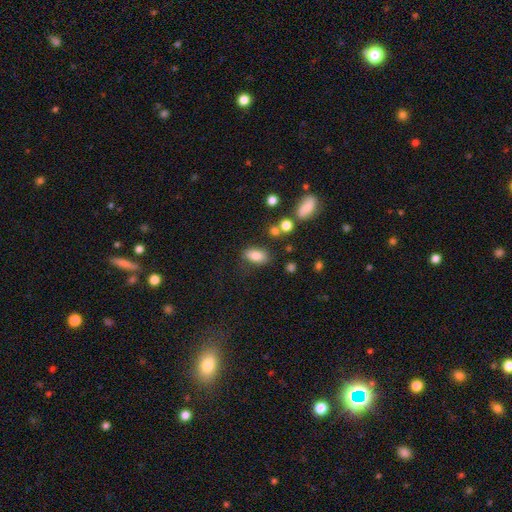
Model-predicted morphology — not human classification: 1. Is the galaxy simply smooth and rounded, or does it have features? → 81% smooth, 9% star or artifact, 9% featured or disk.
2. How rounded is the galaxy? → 87% in between, 7% round, 6% cigar-shaped.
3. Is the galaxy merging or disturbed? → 77% none, 14% minor disturbance, 5% merger, 4% major disturbance.